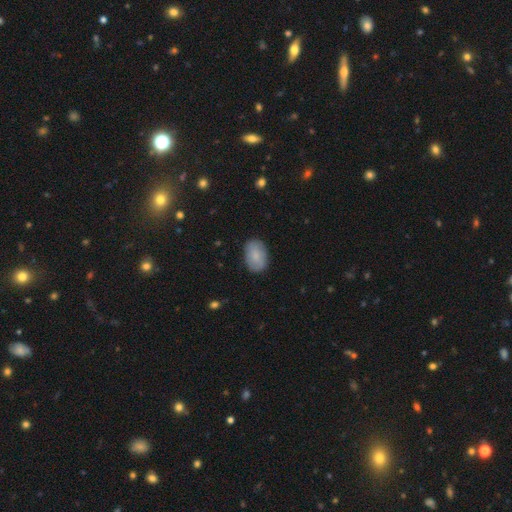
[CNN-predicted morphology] This appears to be a smooth galaxy with no disk features (82%) that is in between round and cigar-shaped (87%). Merging: none (84%).